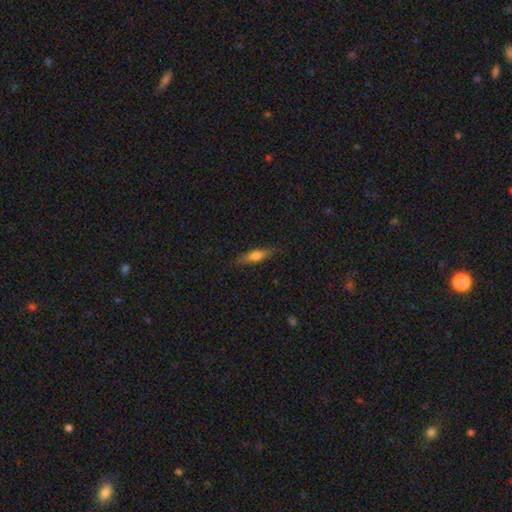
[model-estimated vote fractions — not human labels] Overall: smooth (61%; featured or disk 32%). How rounded: cigar-shaped (62%; in between 35%). Merging: none (82%).